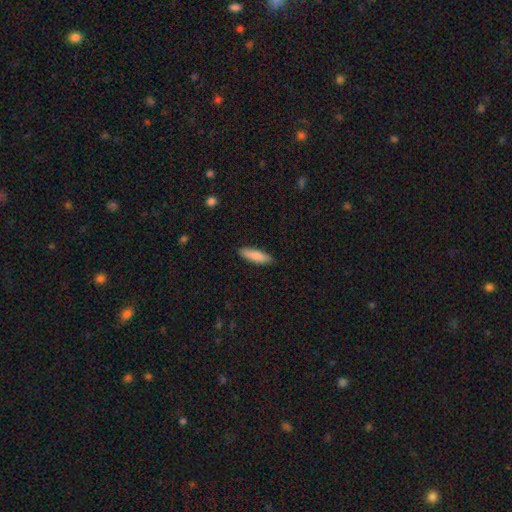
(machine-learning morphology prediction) A smooth galaxy with no disk features (86%) that is cigar-shaped (61%). Merging: none (89%).